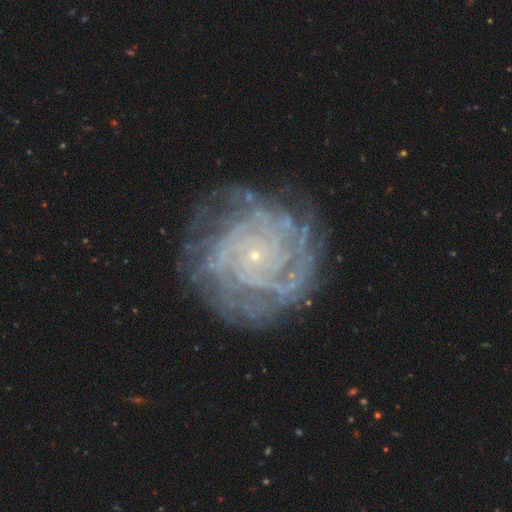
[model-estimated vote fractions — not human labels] A featured or disk galaxy (87%) with no bar (83%), tight (80%) spiral arms (95%) and a small central bulge (91%).

Vote fractions:
- Smooth or featured? featured or disk: 87% / star or artifact: 7% / smooth: 6%
- Edge-on disk? no: 98% / yes: 2%
- Bar? no: 83% / weak: 13% / strong: 5%
- Spiral arms? yes: 95% / no: 5%
- Spiral winding? tight: 80% / medium: 16% / loose: 4%
- Spiral arm count? can't tell: 30% / more than 4: 19% / 4: 18% / 3: 12% / 2: 12% / 1: 8%
- Bulge size? small: 91% / moderate: 5% / none: 3% / large: 1% / dominant: 1%
- Merging? none: 75% / minor disturbance: 16% / major disturbance: 7% / merger: 2%